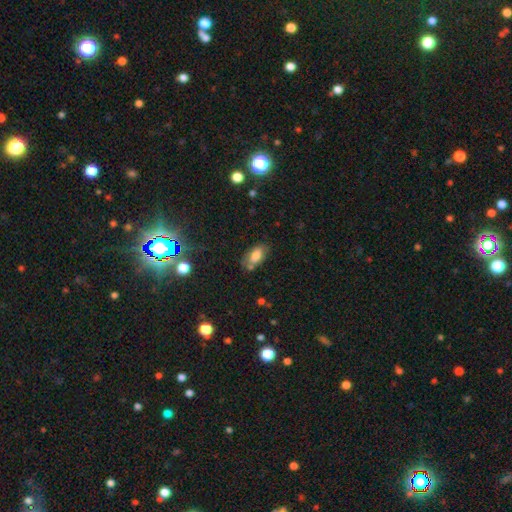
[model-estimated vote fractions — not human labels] Smooth or featured?
  - smooth: 72% *
  - featured or disk: 18%
  - star or artifact: 10%
How rounded?
  - in between: 90% *
  - cigar-shaped: 6%
  - round: 4%
Merging?
  - none: 64% *
  - minor disturbance: 21%
  - merger: 8%
  - major disturbance: 6%